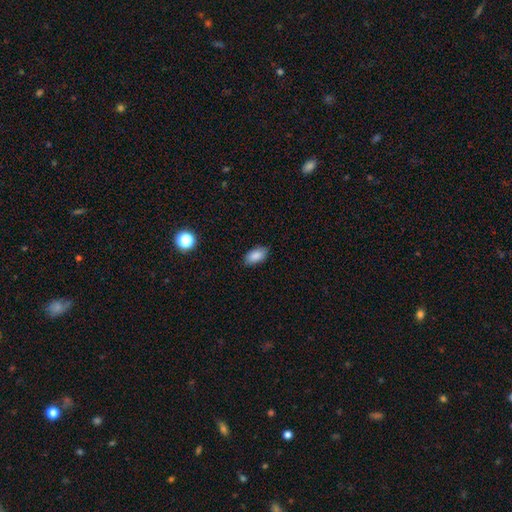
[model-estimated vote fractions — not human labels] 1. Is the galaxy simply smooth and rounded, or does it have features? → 87% smooth, 8% star or artifact, 5% featured or disk.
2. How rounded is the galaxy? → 93% in between, 4% round, 3% cigar-shaped.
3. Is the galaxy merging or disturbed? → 85% none, 11% minor disturbance, 2% major disturbance, 1% merger.